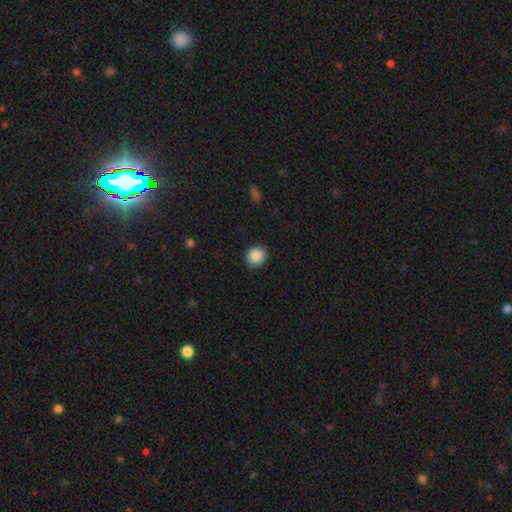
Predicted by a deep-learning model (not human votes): This is clearly a smooth galaxy (88%). How rounded: clearly round (82%). Merging: clearly none (87%).